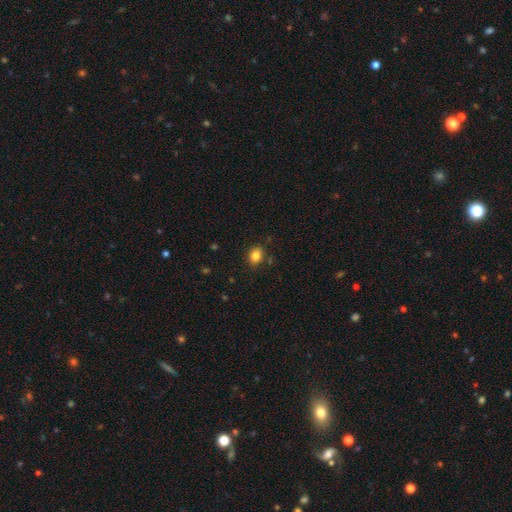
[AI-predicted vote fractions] The model was most divided on "how rounded": in between: 54%, round: 45%, cigar-shaped: 1%. More confident: merging — none (85%); smooth or featured — smooth (84%).